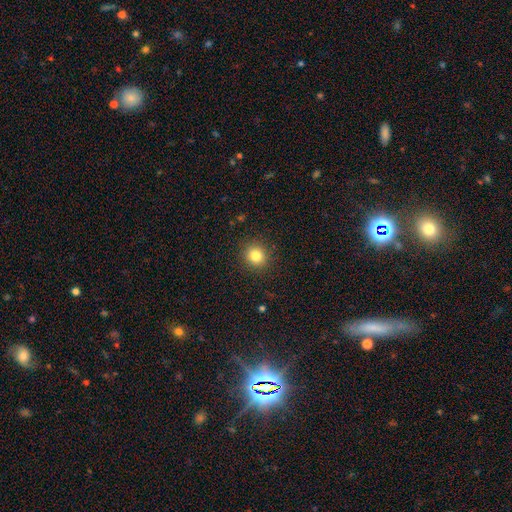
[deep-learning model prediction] A smooth galaxy with no disk features (82%) that is round (89%).

Vote fractions:
- Smooth or featured? smooth: 82% / star or artifact: 12% / featured or disk: 6%
- How rounded? round: 89% / in between: 11% / cigar-shaped: 1%
- Merging? none: 90% / minor disturbance: 6% / major disturbance: 2% / merger: 1%